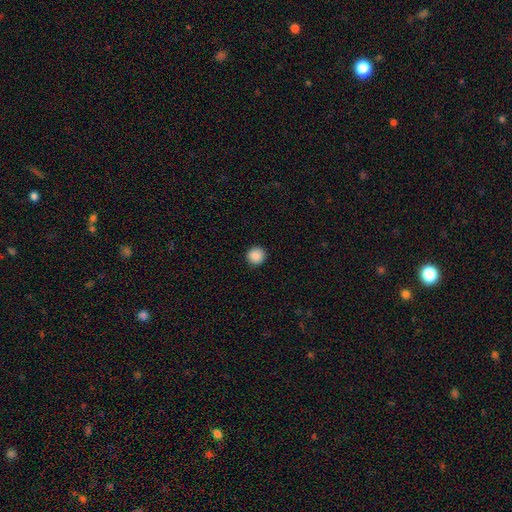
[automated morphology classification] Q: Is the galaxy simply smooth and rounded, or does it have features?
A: smooth — 88%.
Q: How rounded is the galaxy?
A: round — 95%.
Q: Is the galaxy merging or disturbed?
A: none — 93%.